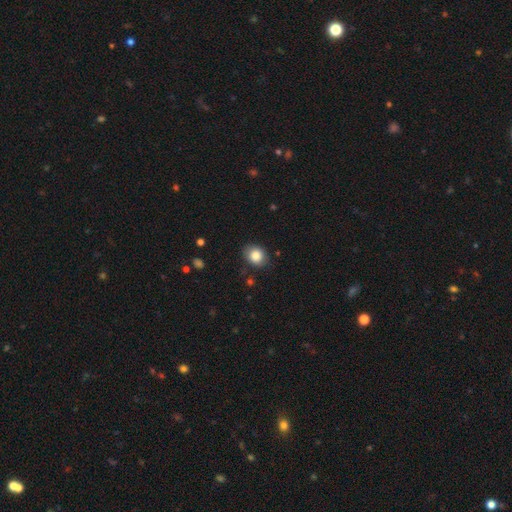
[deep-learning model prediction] Overall: smooth (85%). How rounded: round (57%; in between 42%). Merging: none (82%).